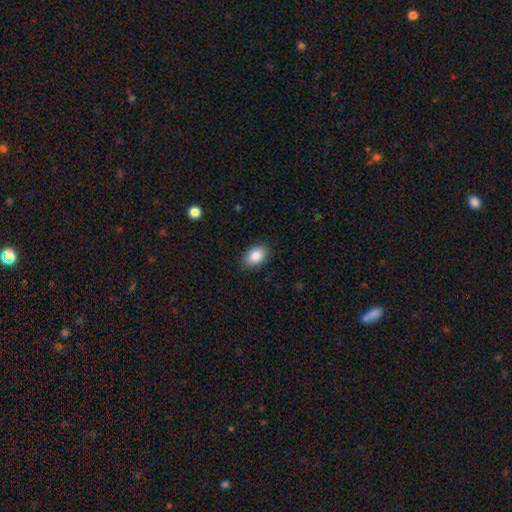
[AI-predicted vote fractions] smooth_or_featured: smooth (p=0.87) [alt: star or artifact p=0.08]
how_rounded: in between (p=0.86) [alt: round p=0.13]
merging: none (p=0.87) [alt: minor disturbance p=0.09]